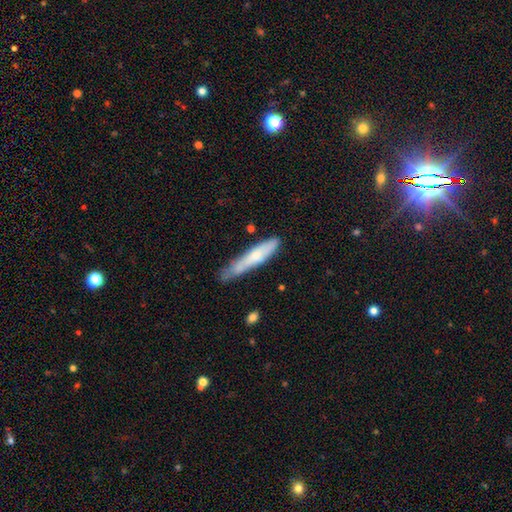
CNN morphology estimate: smooth-or-featured: smooth: 61% | featured or disk: 33% | star or artifact: 6%
  how-rounded: cigar-shaped: 87% | in between: 12% | round: 1%
  merging: none: 53% | minor disturbance: 33% | major disturbance: 9% | merger: 5%